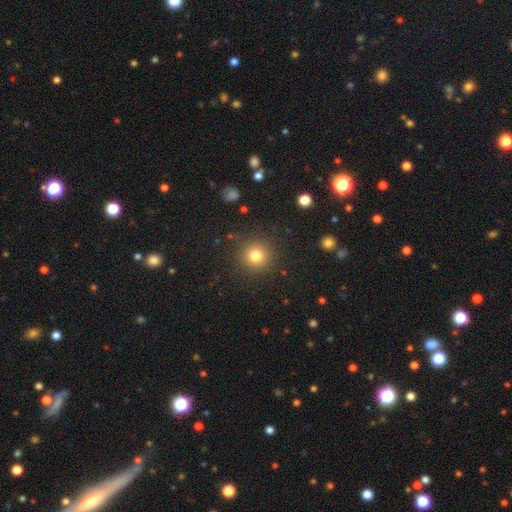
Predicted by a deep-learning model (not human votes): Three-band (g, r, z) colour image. It shows a smooth galaxy with no disk features (79%) that is round (94%). Merging: none (89%).